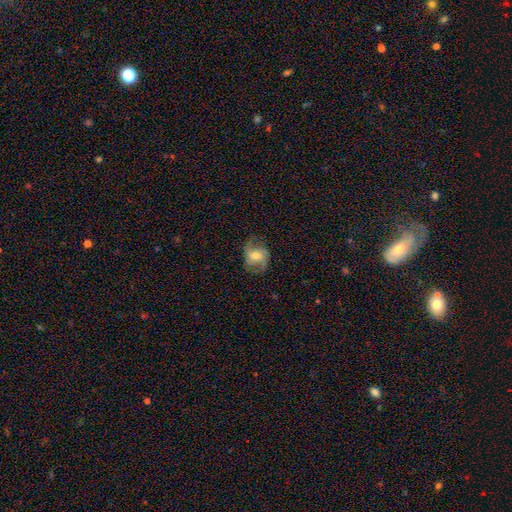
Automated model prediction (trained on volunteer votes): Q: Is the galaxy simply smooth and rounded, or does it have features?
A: featured or disk — 69%.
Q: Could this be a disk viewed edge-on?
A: no — 97%.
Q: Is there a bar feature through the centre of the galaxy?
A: no — 53%.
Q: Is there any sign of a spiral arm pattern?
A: yes — 91%.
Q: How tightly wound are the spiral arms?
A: medium — 43%.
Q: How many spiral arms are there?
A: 2 — 72%.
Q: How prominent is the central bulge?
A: moderate — 59%.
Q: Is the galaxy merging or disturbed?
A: none — 70%.